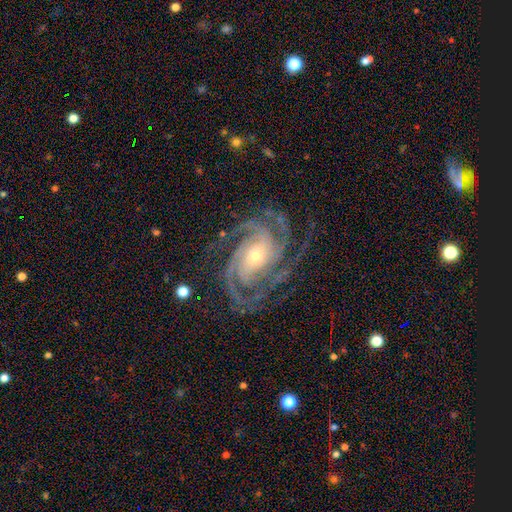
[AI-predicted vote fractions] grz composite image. It shows a featured or disk galaxy (94%) with no bar (52%), 3 (36%) tight (62%) spiral arms (99%) and a small central bulge (53%). Merging: none (77%).